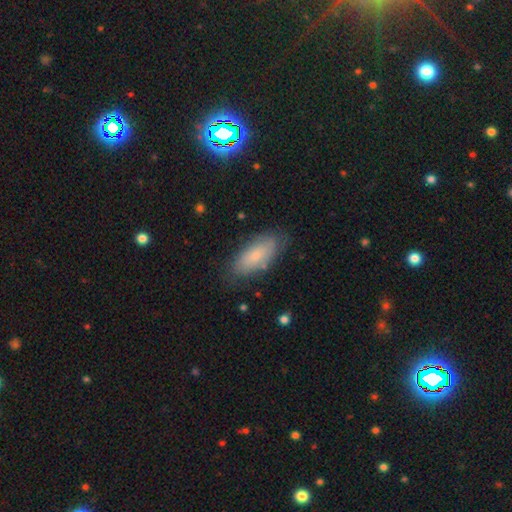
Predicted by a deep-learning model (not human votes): Smooth or featured?
  - smooth: 70% *
  - featured or disk: 23%
  - star or artifact: 7%
How rounded?
  - in between: 86% *
  - cigar-shaped: 12%
  - round: 2%
Merging?
  - none: 74% *
  - minor disturbance: 19%
  - major disturbance: 5%
  - merger: 2%